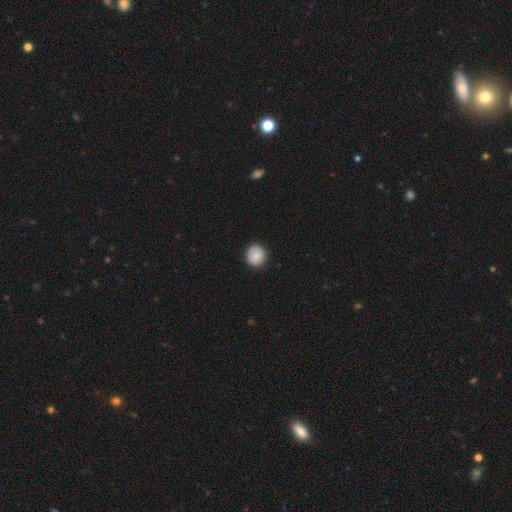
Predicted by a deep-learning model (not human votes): Morphology: type=smooth (82%); roundness=round (85%); merging=none (86%).